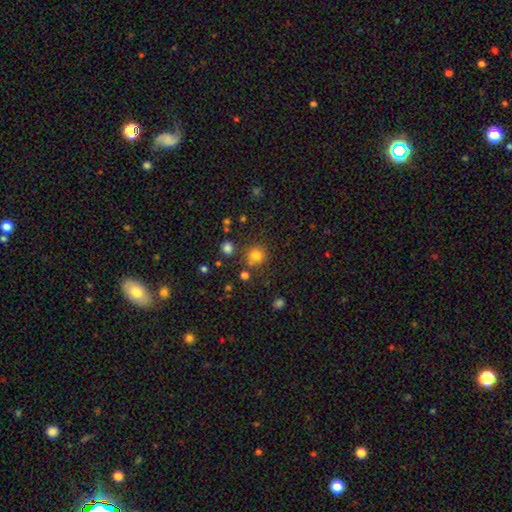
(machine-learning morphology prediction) Q: Smooth or featured?
A: smooth (78%); runner-up: star or artifact (16%)
Q: How rounded?
A: round (90%); runner-up: in between (9%)
Q: Merging?
A: none (76%); runner-up: merger (11%)